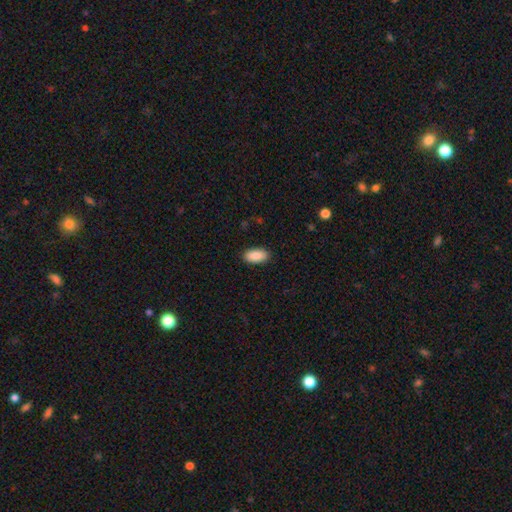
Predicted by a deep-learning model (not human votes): Smooth or featured? Predicted: smooth (p=0.90). How rounded? Predicted: in between (p=0.93). Merging? Predicted: none (p=0.89).